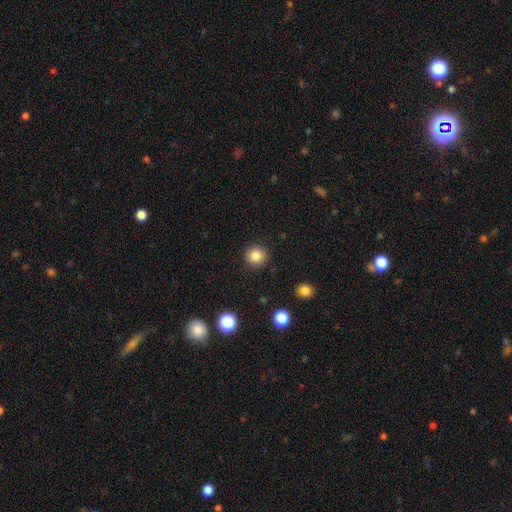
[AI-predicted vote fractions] Q: Smooth or featured?
A: smooth (84%); runner-up: star or artifact (11%)
Q: How rounded?
A: round (93%); runner-up: in between (6%)
Q: Merging?
A: none (92%); runner-up: minor disturbance (5%)